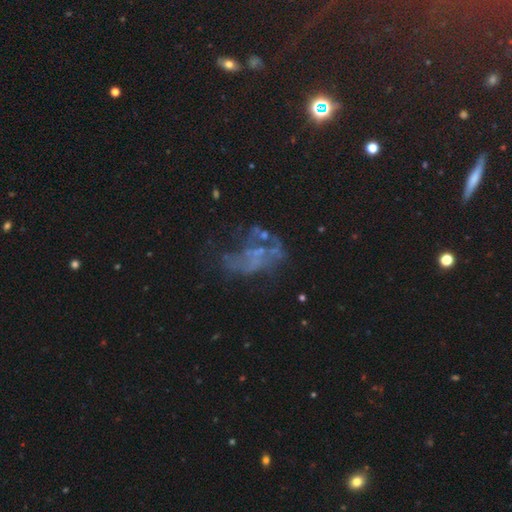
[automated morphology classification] The model was most divided on "merging": major disturbance: 42%, none: 32%, minor disturbance: 15%, merger: 10%. More confident: edge-on disk — no (98%); bar — no (88%); spiral arms — no (82%); bulge size — none (80%); smooth or featured — featured or disk (61%).